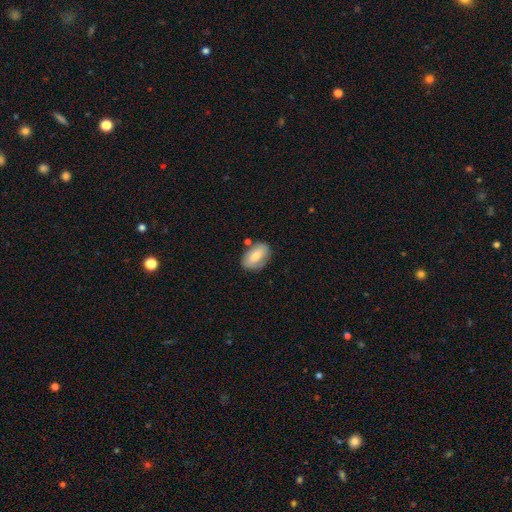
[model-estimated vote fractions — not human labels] Smooth or featured?
  - smooth: 68% *
  - featured or disk: 26%
  - star or artifact: 7%
How rounded?
  - in between: 89% *
  - round: 9%
  - cigar-shaped: 2%
Merging?
  - none: 70% *
  - minor disturbance: 18%
  - merger: 7%
  - major disturbance: 5%